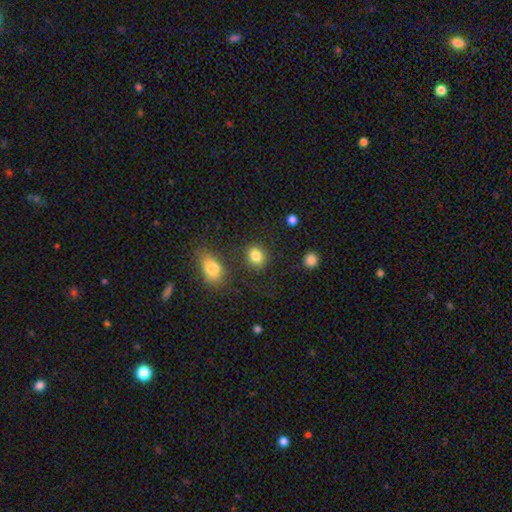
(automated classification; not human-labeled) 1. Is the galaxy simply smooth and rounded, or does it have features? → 84% smooth, 10% star or artifact, 6% featured or disk.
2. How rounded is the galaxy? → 59% round, 40% in between, 1% cigar-shaped.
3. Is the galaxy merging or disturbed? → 80% none, 11% minor disturbance, 5% merger, 4% major disturbance.